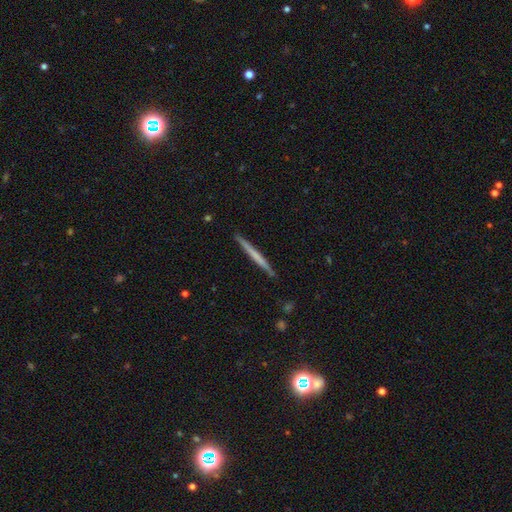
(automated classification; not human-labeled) Morphology: type=smooth (52%); roundness=cigar-shaped (97%); merging=none (91%).